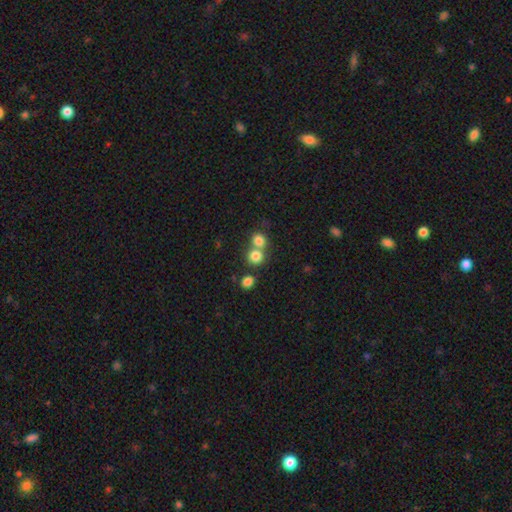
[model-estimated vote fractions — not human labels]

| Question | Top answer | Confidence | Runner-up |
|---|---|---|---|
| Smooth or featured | smooth | 79% | star or artifact (13%) |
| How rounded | round | 84% | in between (15%) |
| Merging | none | 49% | merger (42%) |